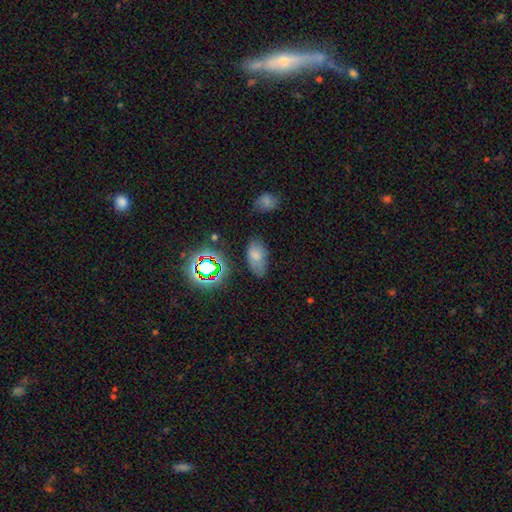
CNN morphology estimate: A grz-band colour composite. It shows a smooth galaxy with no disk features (70%) that is in between round and cigar-shaped (91%). Merging: none (61%).